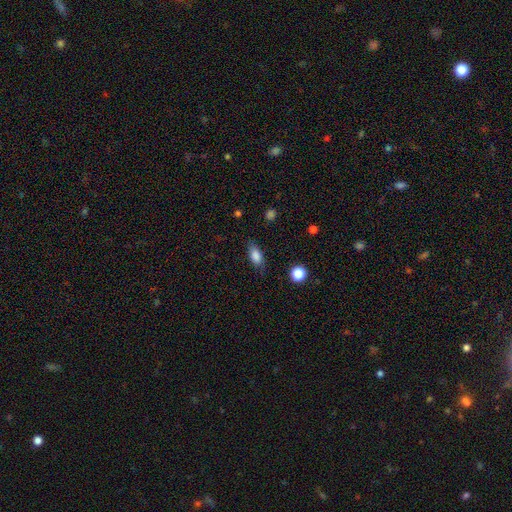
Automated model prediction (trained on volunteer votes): A smooth galaxy with no disk features (83%) that is in between round and cigar-shaped (83%). Merging: none (77%).